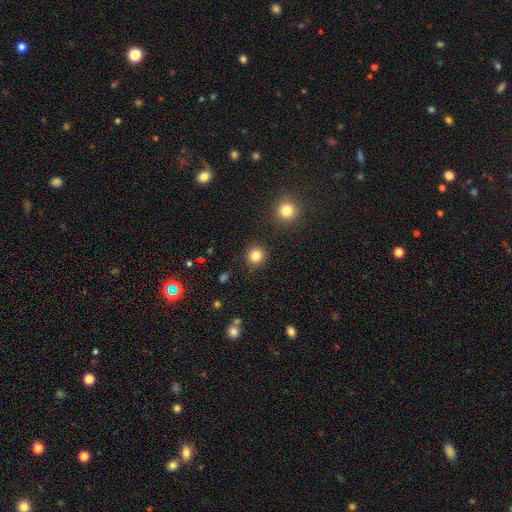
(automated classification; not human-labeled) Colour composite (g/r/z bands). It shows a smooth galaxy with no disk features (84%) that is round (94%). Merging: none (91%).